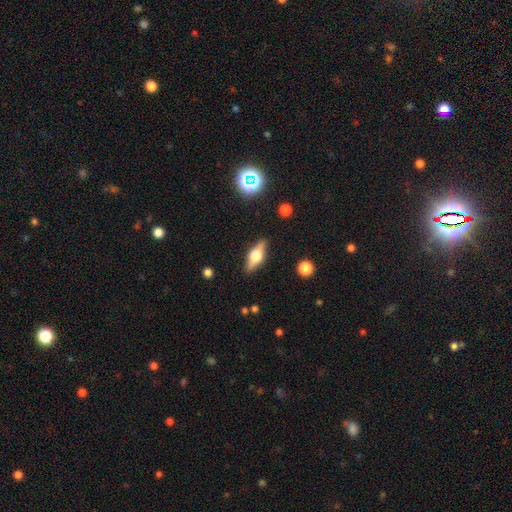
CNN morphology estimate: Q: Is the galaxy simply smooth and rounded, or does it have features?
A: featured or disk — 54%.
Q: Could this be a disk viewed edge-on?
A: yes — 91%.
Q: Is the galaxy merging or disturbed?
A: none — 87%.